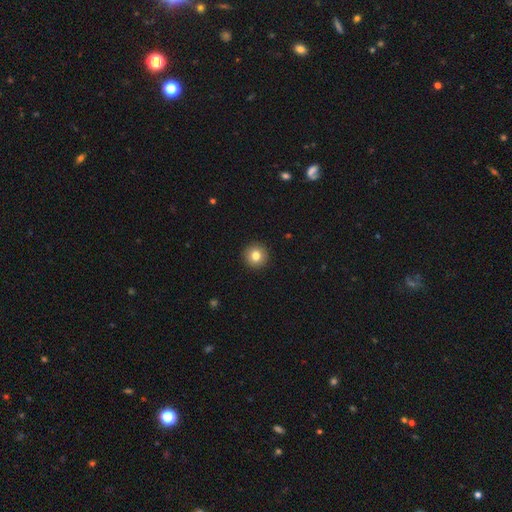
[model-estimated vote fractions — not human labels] Smooth or featured?
  - smooth: 80% *
  - star or artifact: 10%
  - featured or disk: 9%
How rounded?
  - round: 96% *
  - in between: 3%
  - cigar-shaped: 1%
Merging?
  - none: 93% *
  - minor disturbance: 4%
  - major disturbance: 2%
  - merger: 1%